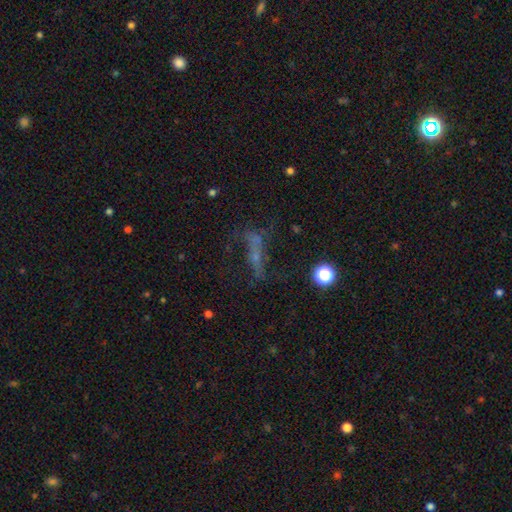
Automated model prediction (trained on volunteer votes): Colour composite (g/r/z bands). It shows a featured or disk galaxy (45%). Merging: none (51%).